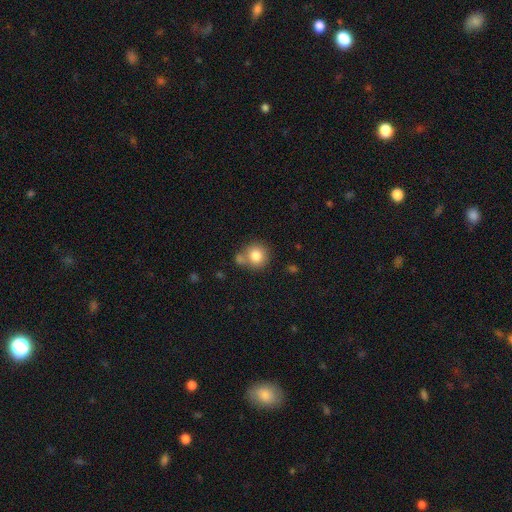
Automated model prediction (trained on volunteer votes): This is clearly a smooth galaxy (82%). How rounded: clearly round (89%). Merging: possibly none (59%).